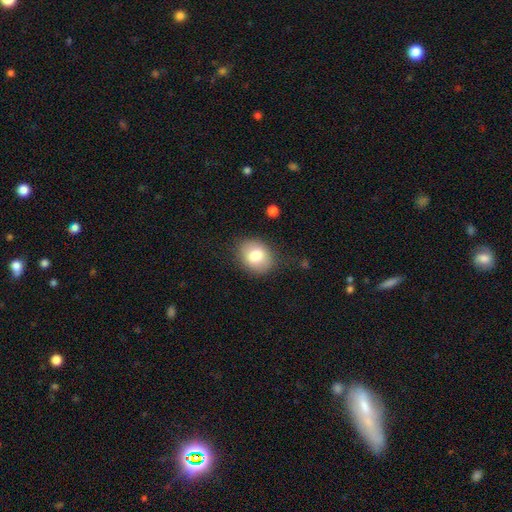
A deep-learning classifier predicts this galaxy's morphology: This appears to be a smooth galaxy with no disk features (80%) that is in between round and cigar-shaped (52%). Merging: none (81%).